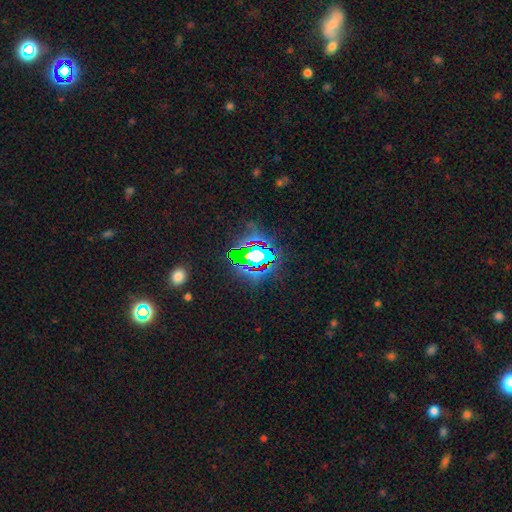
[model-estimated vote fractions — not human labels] This is likely a star or artifact rather than a galaxy (66%).